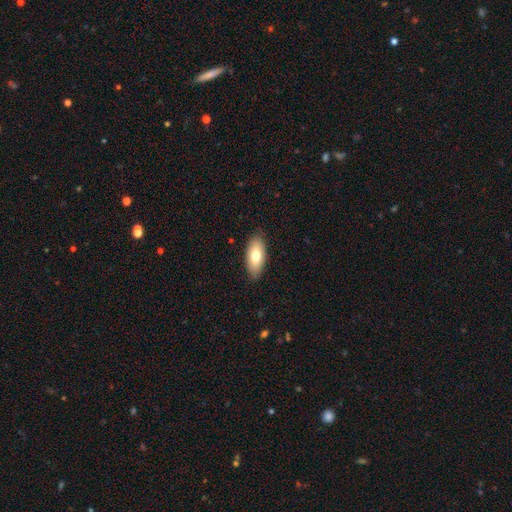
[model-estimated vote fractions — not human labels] Smooth or featured: smooth — 75% (featured or disk — 18%)
How rounded: in between — 88% (cigar-shaped — 9%)
Merging: none — 86% (minor disturbance — 11%)